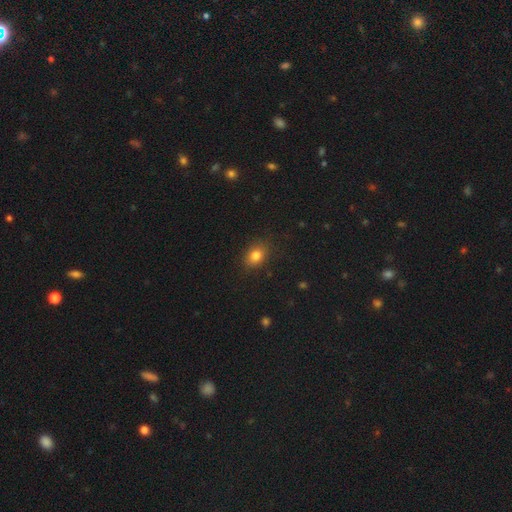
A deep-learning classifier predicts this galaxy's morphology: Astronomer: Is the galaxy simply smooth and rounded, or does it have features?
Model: smooth — 82%.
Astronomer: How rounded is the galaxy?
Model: in between — 64%.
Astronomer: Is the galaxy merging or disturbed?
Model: none — 85%.